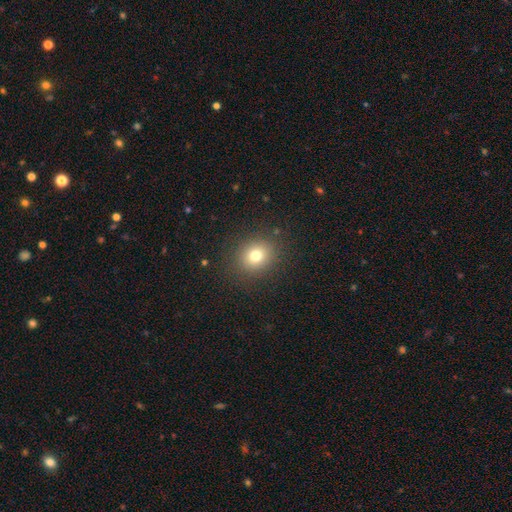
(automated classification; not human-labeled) smooth-or-featured: smooth: 75% | star or artifact: 15% | featured or disk: 9%
  how-rounded: round: 74% | in between: 25% | cigar-shaped: 1%
  merging: none: 88% | minor disturbance: 8% | major disturbance: 3% | merger: 1%